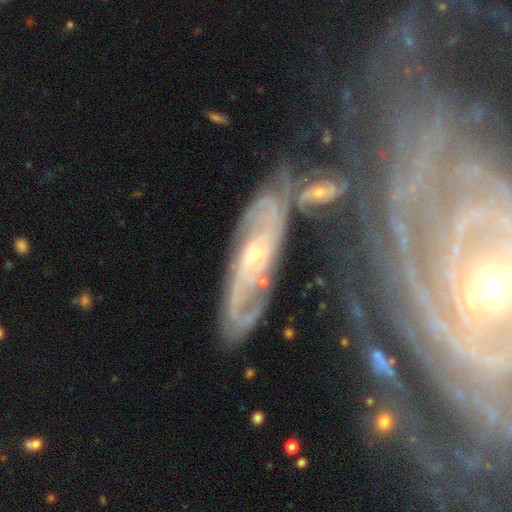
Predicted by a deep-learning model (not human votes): The model was most divided on "spiral arm count": can't tell: 38%, 2: 37%, 3: 9%, 4: 5%, more than 4: 5%, 1: 5%. More confident: spiral arms — yes (92%); edge-on disk — no (85%); smooth or featured — featured or disk (83%); bulge size — small (63%); merging — none (62%); bar — no (58%); spiral winding — tight (58%).